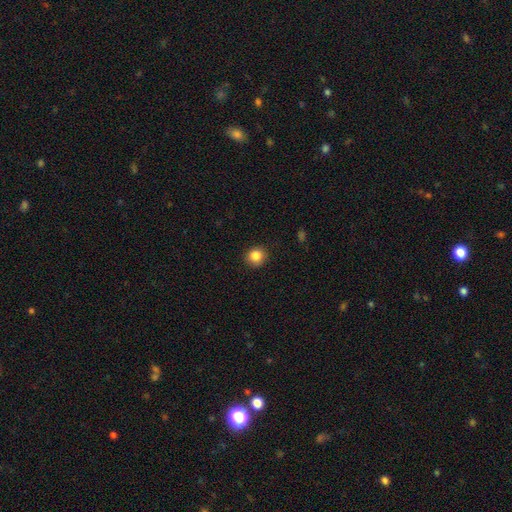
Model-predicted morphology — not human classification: Smooth or featured: smooth — 85% (star or artifact — 10%)
How rounded: round — 87% (in between — 12%)
Merging: none — 90% (minor disturbance — 7%)